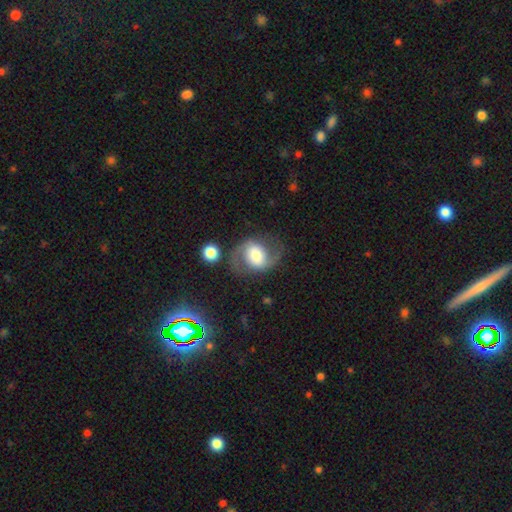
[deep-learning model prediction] Smooth or featured?
  - featured or disk: 71% *
  - smooth: 22%
  - star or artifact: 7%
Edge-on disk?
  - no: 97% *
  - yes: 3%
Bar?
  - no: 45% *
  - weak: 37%
  - strong: 18%
Spiral arms?
  - yes: 91% *
  - no: 9%
Spiral winding?
  - medium: 48% *
  - loose: 38%
  - tight: 14%
Spiral arm count?
  - 2: 91% *
  - can't tell: 3%
  - 1: 3%
  - 3: 1%
  - 4: 1%
  - more than 4: 1%
Bulge size?
  - moderate: 45% *
  - large: 31%
  - small: 14%
  - dominant: 8%
  - none: 2%
Merging?
  - none: 66% *
  - minor disturbance: 18%
  - major disturbance: 12%
  - merger: 3%